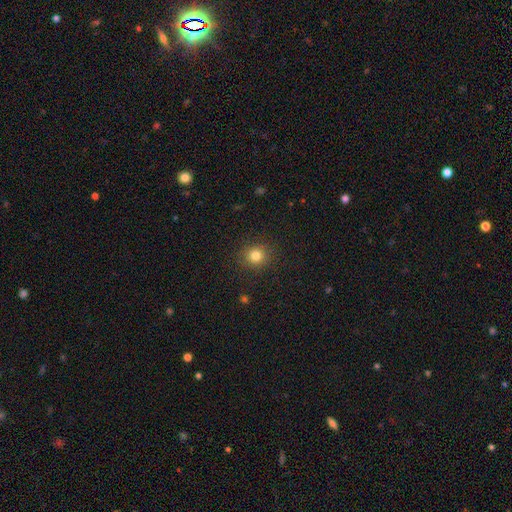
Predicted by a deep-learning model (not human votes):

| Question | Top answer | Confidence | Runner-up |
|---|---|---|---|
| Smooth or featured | smooth | 81% | star or artifact (13%) |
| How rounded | round | 87% | in between (12%) |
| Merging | none | 89% | minor disturbance (7%) |